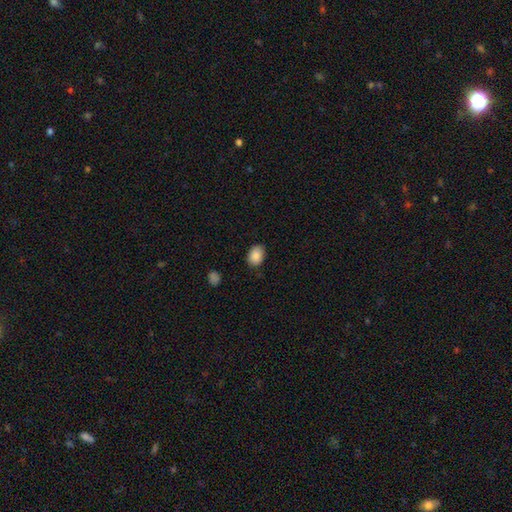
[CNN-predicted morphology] This appears to be a smooth galaxy with no disk features (88%) that is in between round and cigar-shaped (72%). Merging: none (82%).